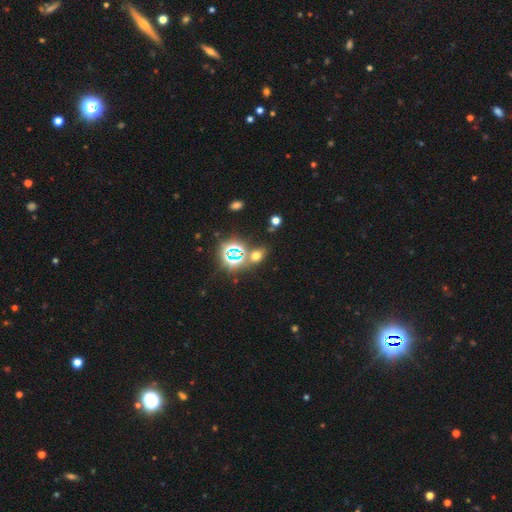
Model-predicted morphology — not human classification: Smooth or featured: smooth — 47% (star or artifact — 45%)
Merging: none — 74% (merger — 12%)